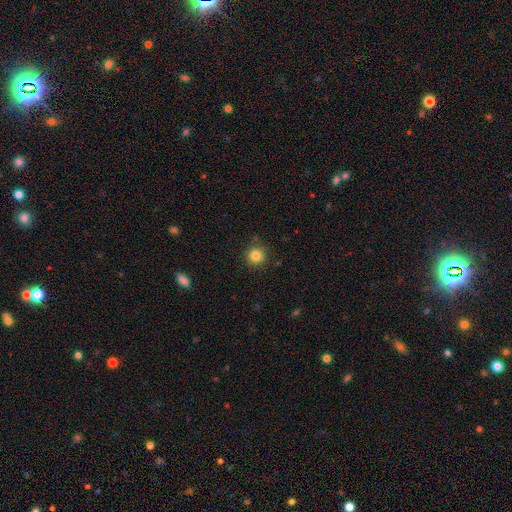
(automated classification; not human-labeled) The model was most divided on "smooth or featured": smooth: 84%, star or artifact: 11%, featured or disk: 5%. More confident: how rounded — round (94%); merging — none (88%).